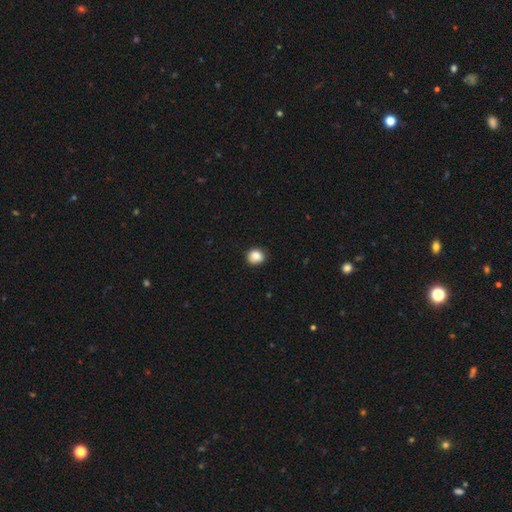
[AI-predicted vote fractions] Smooth or featured? smooth (84%)
How rounded? round (83%)
Merging? none (88%)